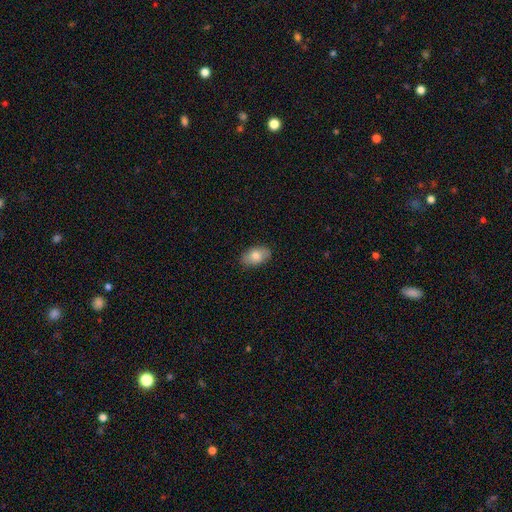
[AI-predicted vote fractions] Smooth or featured: smooth — 80% (featured or disk — 13%)
How rounded: in between — 92% (round — 6%)
Merging: none — 84% (minor disturbance — 13%)